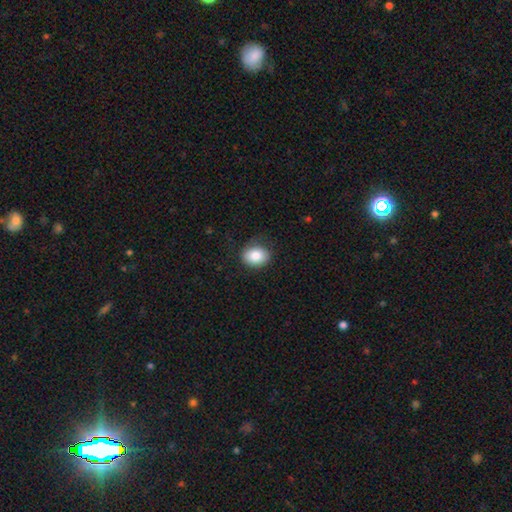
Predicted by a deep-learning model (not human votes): Q: Smooth or featured?
A: smooth (85%); runner-up: star or artifact (8%)
Q: How rounded?
A: in between (51%); runner-up: round (48%)
Q: Merging?
A: none (79%); runner-up: minor disturbance (15%)